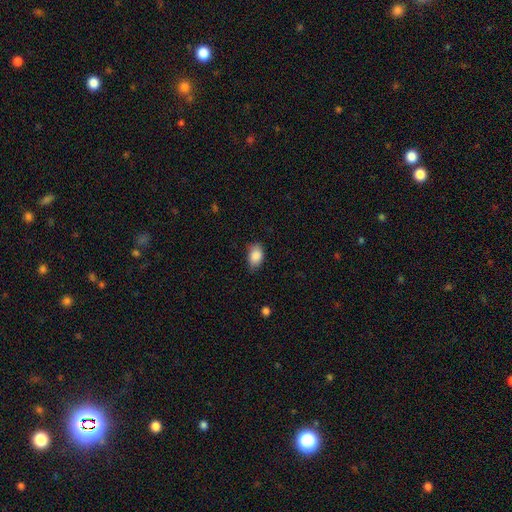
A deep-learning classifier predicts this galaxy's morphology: smooth-or-featured: smooth: 87% | star or artifact: 7% | featured or disk: 5%
  how-rounded: in between: 88% | round: 10% | cigar-shaped: 2%
  merging: none: 72% | minor disturbance: 23% | major disturbance: 4% | merger: 1%